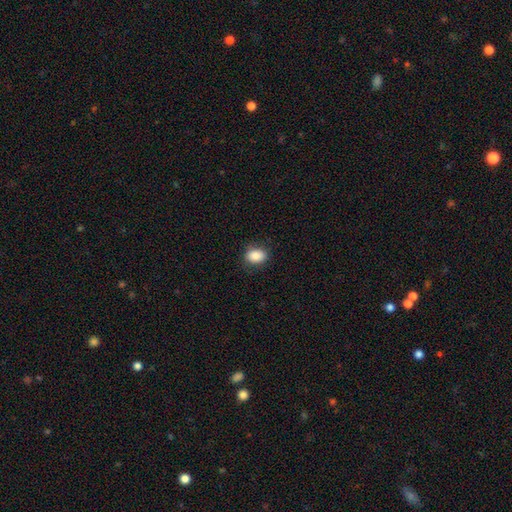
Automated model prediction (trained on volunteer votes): The model was most divided on "how rounded": in between: 72%, round: 27%, cigar-shaped: 1%. More confident: smooth or featured — smooth (87%); merging — none (82%).